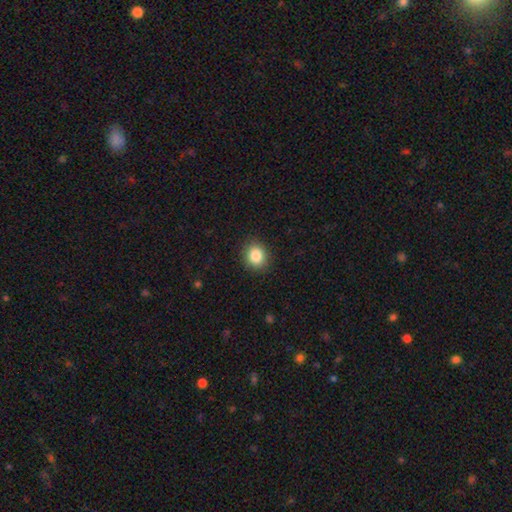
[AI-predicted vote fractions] Overall: smooth (86%). How rounded: round (70%). Merging: none (89%).